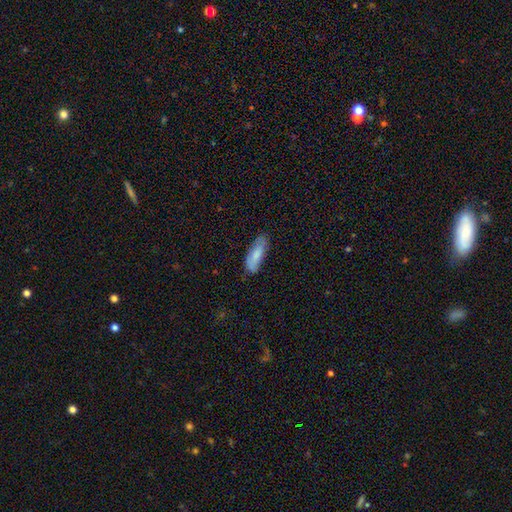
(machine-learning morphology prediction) Overall: smooth (76%). How rounded: in between (63%; cigar-shaped 36%). Merging: none (69%).